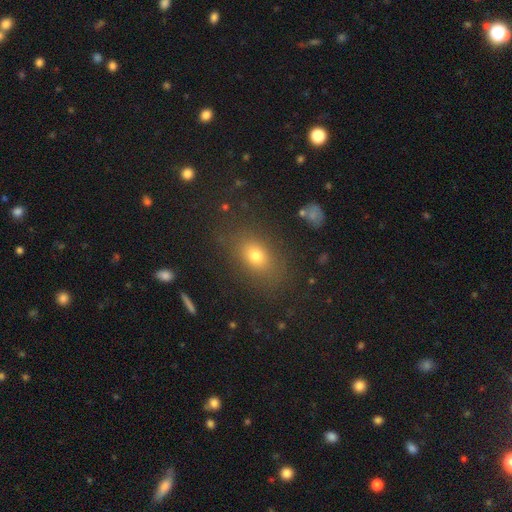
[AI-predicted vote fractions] Overall: smooth (71%). How rounded: in between (69%). Merging: none (82%).